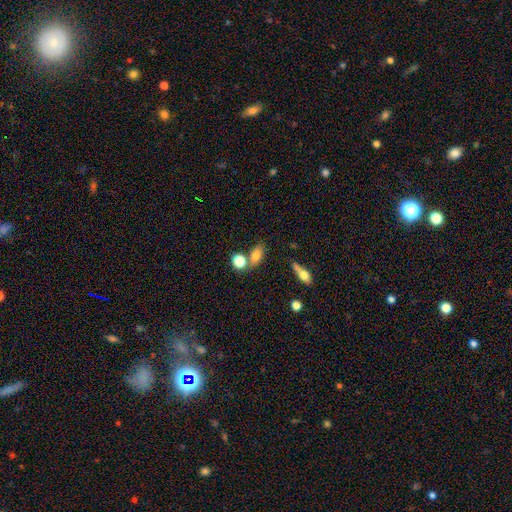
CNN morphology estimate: Overall: smooth (75%). How rounded: in between (71%). Merging: none (58%; merger 24%).